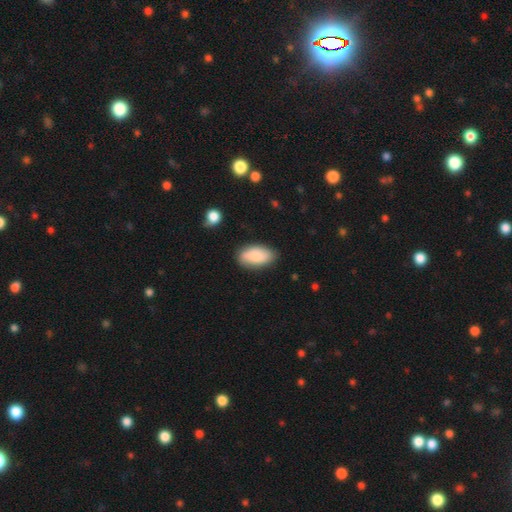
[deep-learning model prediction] Smooth or featured: smooth — 85% (featured or disk — 9%)
How rounded: in between — 93% (cigar-shaped — 4%)
Merging: none — 80% (minor disturbance — 15%)